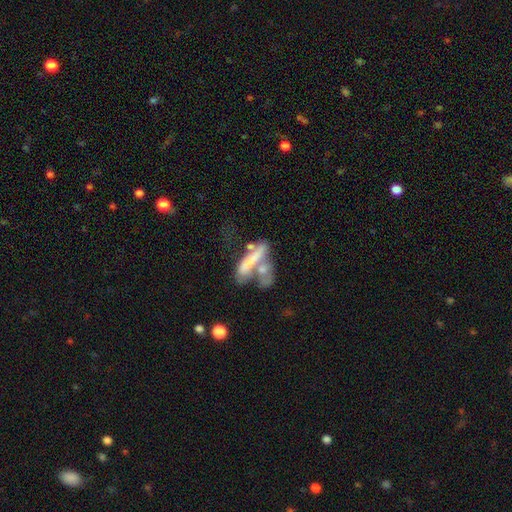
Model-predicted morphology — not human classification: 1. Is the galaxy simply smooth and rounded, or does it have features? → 56% smooth, 36% featured or disk, 8% star or artifact.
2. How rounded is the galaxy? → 69% cigar-shaped, 27% in between, 4% round.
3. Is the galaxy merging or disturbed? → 49% merger, 24% none, 15% major disturbance, 13% minor disturbance.